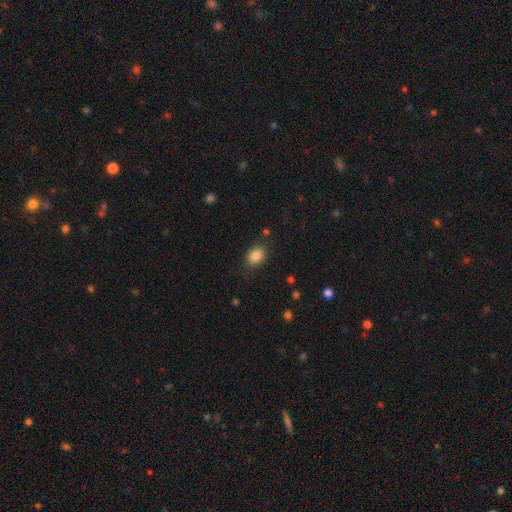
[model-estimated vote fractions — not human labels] smooth 86%, star or artifact 9%, featured or disk 5%. Down the decision tree: how rounded — in between (73%); merging — none (81%).